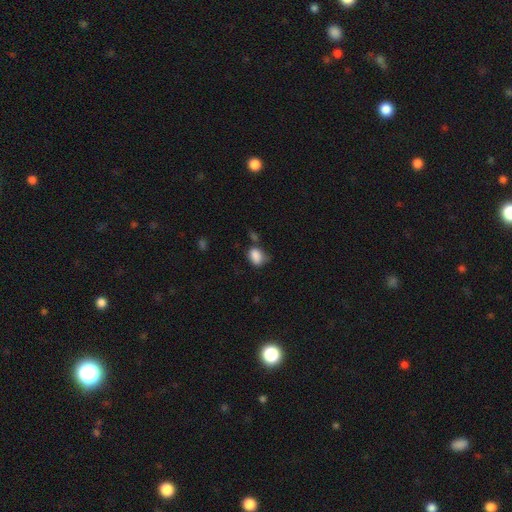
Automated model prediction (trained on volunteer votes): The model was most divided on "merging": none: 47%, minor disturbance: 31%, major disturbance: 11%, merger: 10%. More confident: smooth or featured — smooth (85%); how rounded — in between (67%).